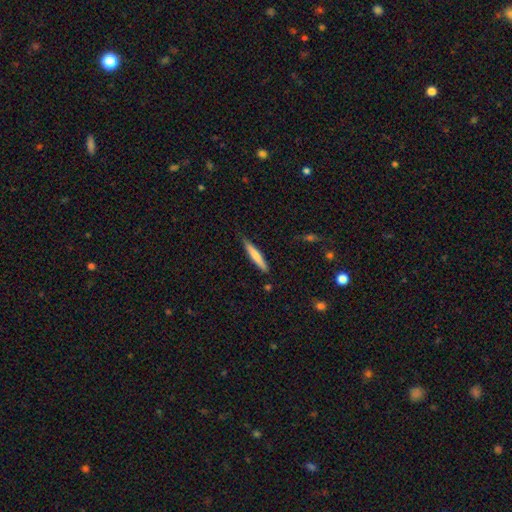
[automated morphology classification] A smooth galaxy with no disk features (71%) that is cigar-shaped (93%). Merging: none (84%).